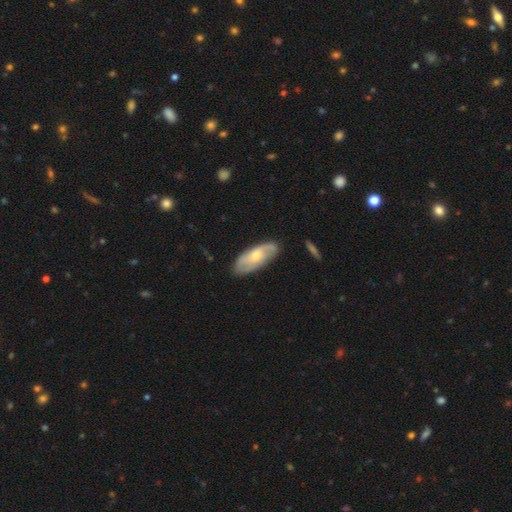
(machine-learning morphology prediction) Smooth or featured? Predicted: featured or disk (p=0.55). Edge-on disk? Predicted: no (p=0.86). Merging? Predicted: none (p=0.77).